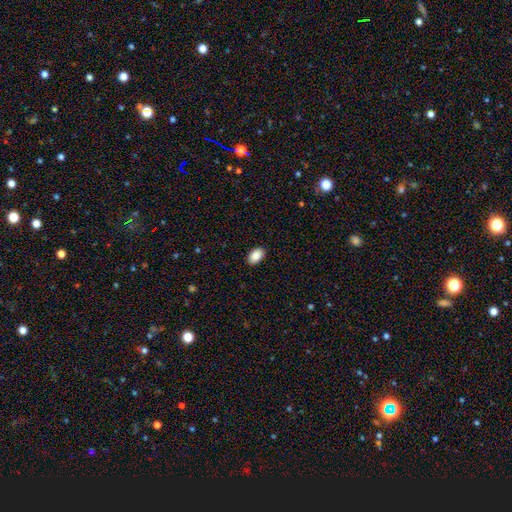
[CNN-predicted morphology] smooth 88%, star or artifact 7%, featured or disk 5%. Down the decision tree: how rounded — in between (93%); merging — none (90%).